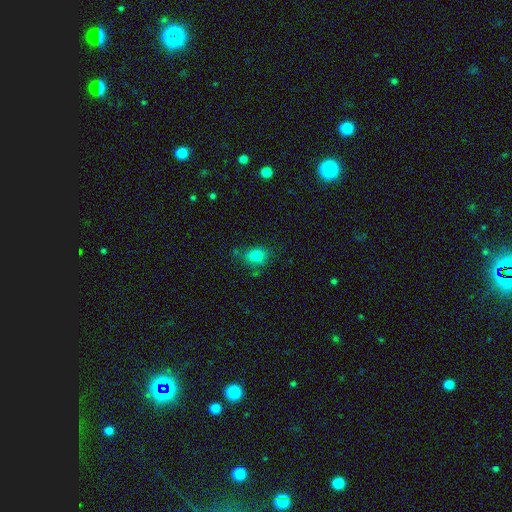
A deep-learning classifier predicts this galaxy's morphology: The model was most divided on "how rounded": in between: 62%, round: 36%, cigar-shaped: 2%. More confident: smooth or featured — smooth (81%); merging — none (69%).